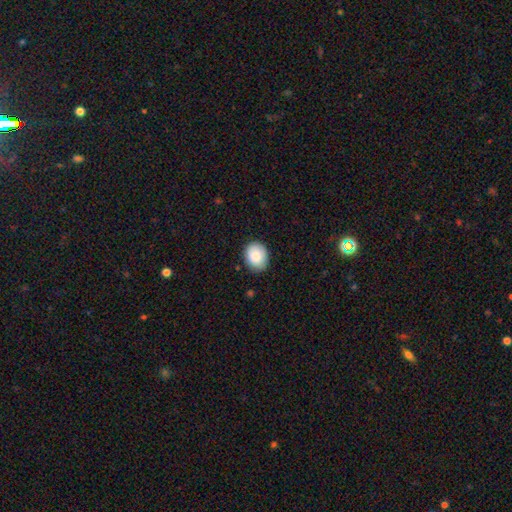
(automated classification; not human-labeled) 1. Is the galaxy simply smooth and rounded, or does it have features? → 86% smooth, 7% star or artifact, 7% featured or disk.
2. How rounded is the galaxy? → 51% in between, 49% round, 1% cigar-shaped.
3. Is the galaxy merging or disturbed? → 83% none, 13% minor disturbance, 2% major disturbance, 1% merger.